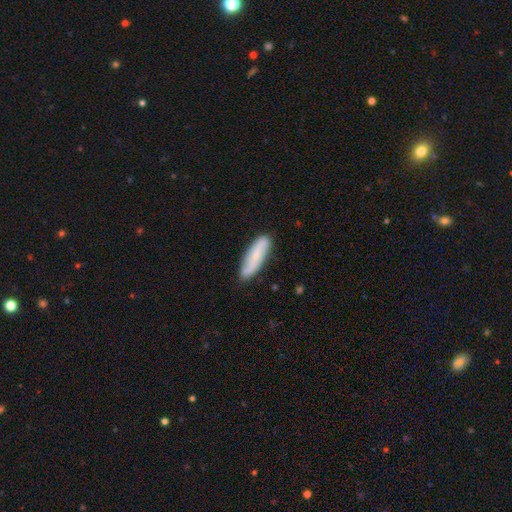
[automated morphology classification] A smooth galaxy with no disk features (52%) that is cigar-shaped (58%). Merging: none (84%).